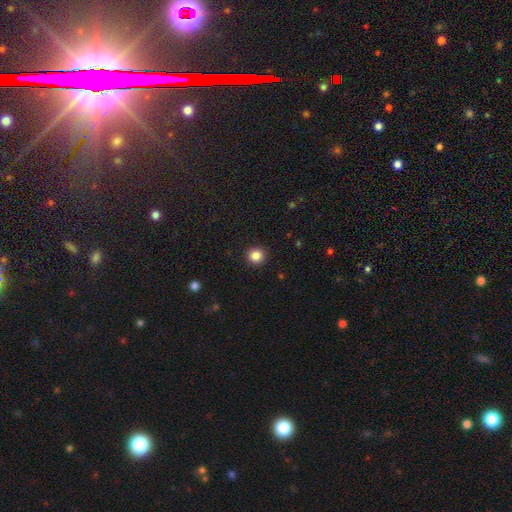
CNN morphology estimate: smooth 85%, star or artifact 11%, featured or disk 4%. Down the decision tree: how rounded — round (94%); merging — none (93%).